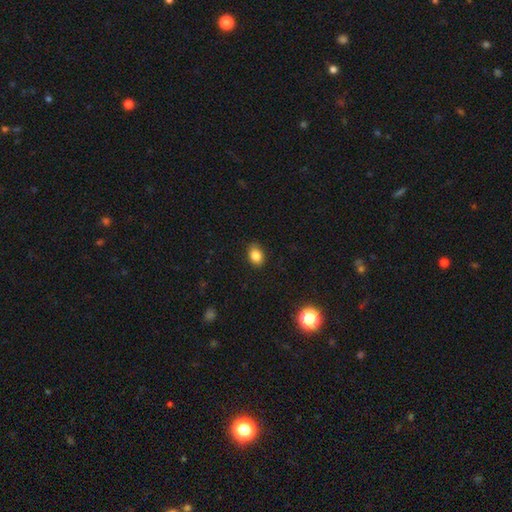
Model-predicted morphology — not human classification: Smooth or featured? smooth (84%)
How rounded? in between (74%)
Merging? none (85%)